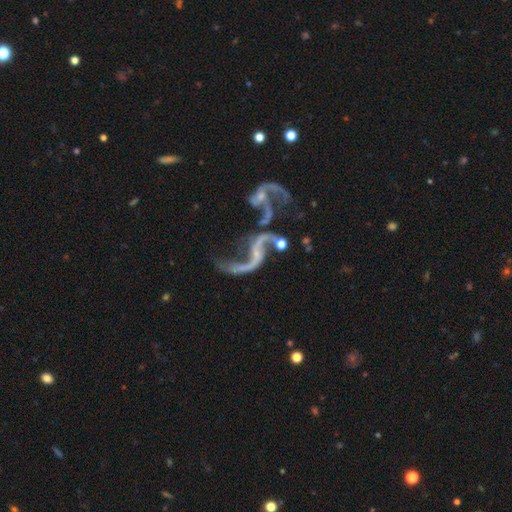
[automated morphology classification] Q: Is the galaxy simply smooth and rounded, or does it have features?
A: featured or disk — 83%.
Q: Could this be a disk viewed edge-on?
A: no — 96%.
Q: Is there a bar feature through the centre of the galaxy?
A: no — 55%.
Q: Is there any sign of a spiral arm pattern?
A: yes — 85%.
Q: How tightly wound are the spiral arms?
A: loose — 91%.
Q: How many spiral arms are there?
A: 2 — 75%.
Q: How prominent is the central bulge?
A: small — 48%.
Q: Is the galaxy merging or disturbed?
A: merger — 44%.